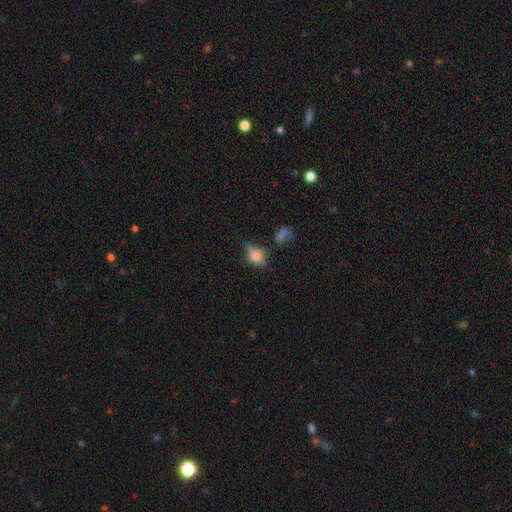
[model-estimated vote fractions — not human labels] smooth-or-featured: smooth: 60% | featured or disk: 26% | star or artifact: 14%
  how-rounded: in between: 61% | round: 32% | cigar-shaped: 7%
  merging: none: 52% | minor disturbance: 26% | major disturbance: 14% | merger: 9%